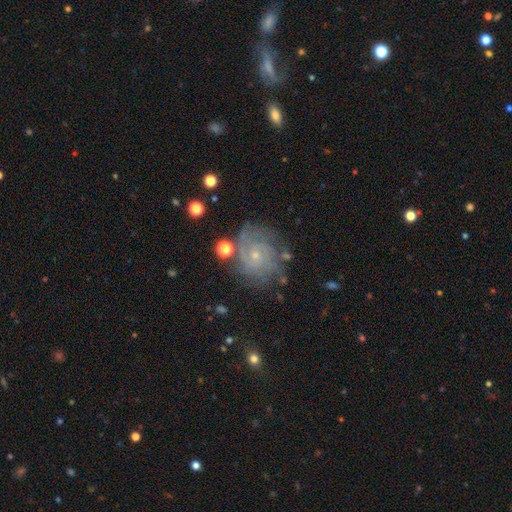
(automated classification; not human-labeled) smooth-or-featured: featured or disk: 78% | smooth: 12% | star or artifact: 10%
  disk-edge-on: no: 98% | yes: 2%
    bar: no: 75% | weak: 21% | strong: 3%
    has-spiral-arms: yes: 94% | no: 6%
      spiral-winding: tight: 69% | medium: 25% | loose: 6%
      spiral-arm-count: can't tell: 35% | 2: 20% | 3: 19% | 4: 12% | more than 4: 7% | 1: 6%
    bulge-size: small: 79% | moderate: 16% | none: 3% | large: 1% | dominant: 1%
  merging: none: 73% | minor disturbance: 16% | major disturbance: 7% | merger: 3%